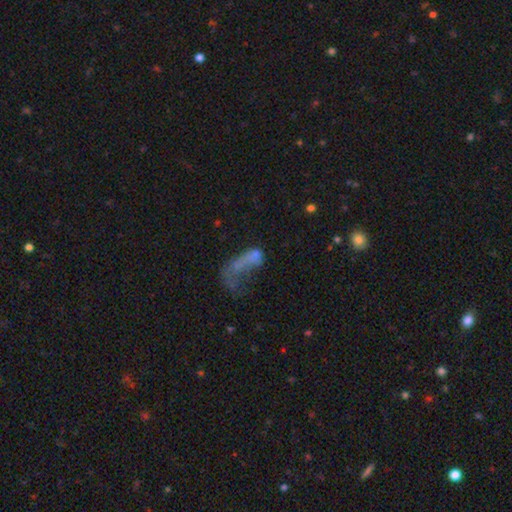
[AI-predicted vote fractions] Smooth or featured: smooth — 48% (featured or disk — 38%)
Merging: major disturbance — 58% (none — 17%)